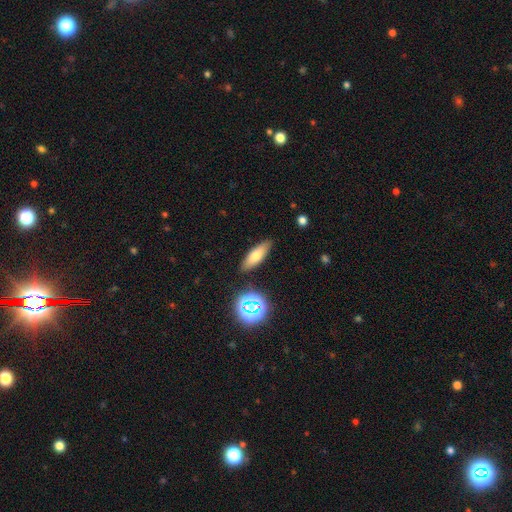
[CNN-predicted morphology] Overall: smooth (68%). How rounded: in between (55%; cigar-shaped 41%). Merging: none (86%).